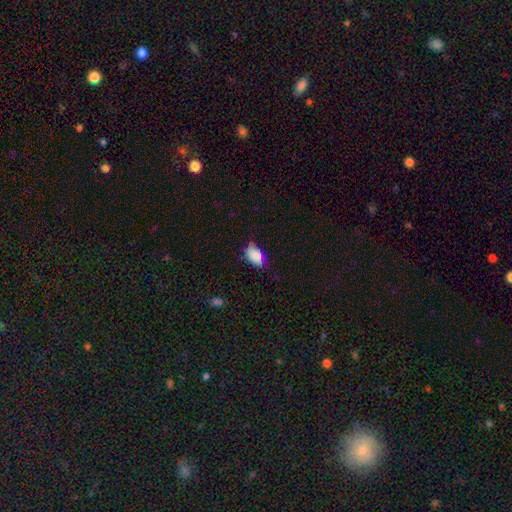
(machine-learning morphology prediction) Smooth or featured?
  - smooth: 82% *
  - featured or disk: 9%
  - star or artifact: 8%
How rounded?
  - in between: 91% *
  - round: 7%
  - cigar-shaped: 2%
Merging?
  - none: 59% *
  - minor disturbance: 32%
  - major disturbance: 7%
  - merger: 2%